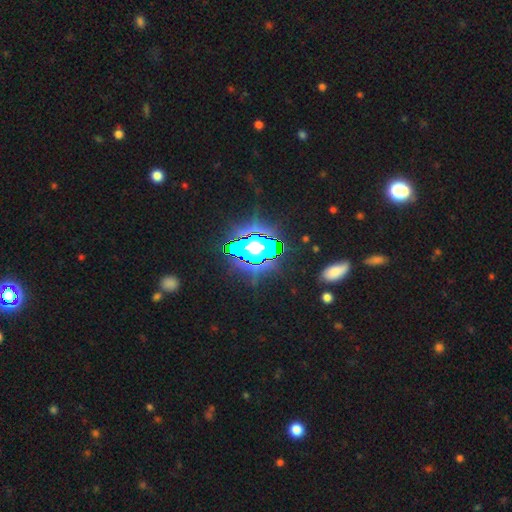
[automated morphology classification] smooth_or_featured: star or artifact (p=0.79) [alt: smooth p=0.11]